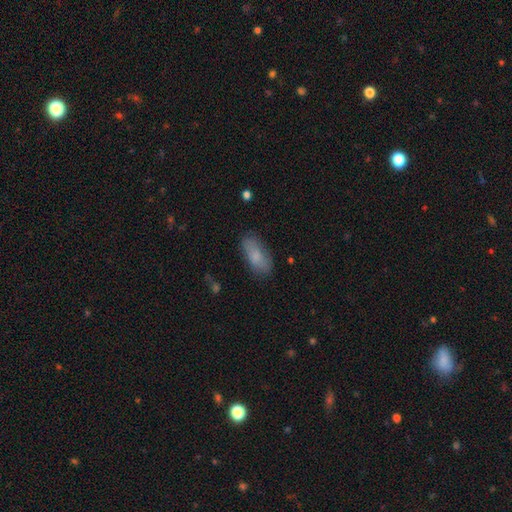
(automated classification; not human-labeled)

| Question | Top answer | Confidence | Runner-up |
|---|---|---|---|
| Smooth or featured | smooth | 81% | featured or disk (12%) |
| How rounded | in between | 83% | cigar-shaped (14%) |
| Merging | none | 76% | minor disturbance (18%) |